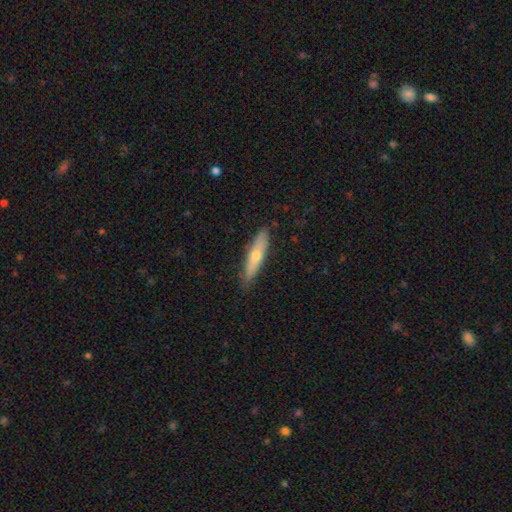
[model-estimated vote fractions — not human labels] This is possibly a smooth galaxy (56%). How rounded: clearly cigar-shaped (81%). Merging: clearly none (85%).